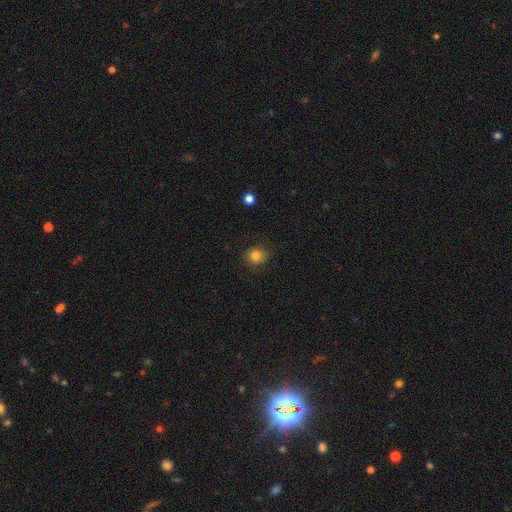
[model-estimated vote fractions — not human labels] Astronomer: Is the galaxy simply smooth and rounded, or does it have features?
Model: smooth — 82%.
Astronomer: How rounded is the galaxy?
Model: round — 84%.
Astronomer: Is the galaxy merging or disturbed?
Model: none — 81%.